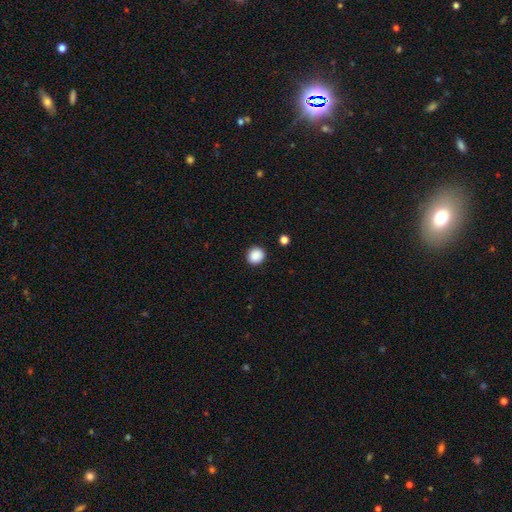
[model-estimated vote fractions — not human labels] Overall: smooth (88%). How rounded: round (90%). Merging: none (91%).